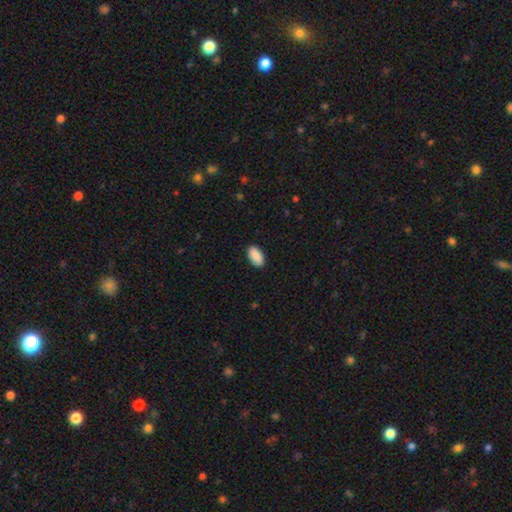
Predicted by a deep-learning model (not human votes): smooth 90%, star or artifact 6%, featured or disk 3%. Down the decision tree: how rounded — in between (95%); merging — none (89%).